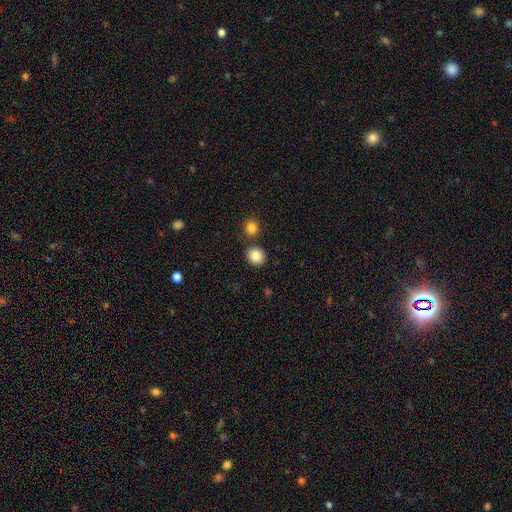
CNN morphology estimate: Overall: smooth (84%). How rounded: round (84%). Merging: none (80%).